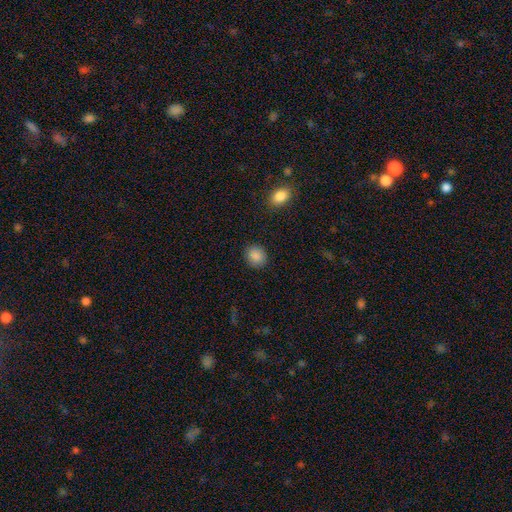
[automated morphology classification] Overall: smooth (88%). How rounded: round (76%). Merging: none (89%).